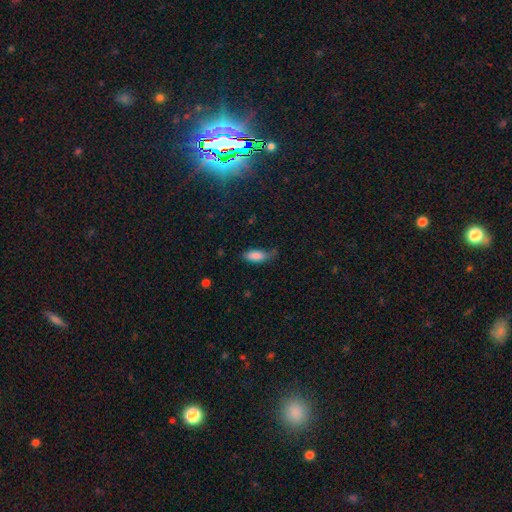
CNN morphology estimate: The model was most divided on "merging": none: 46%, minor disturbance: 36%, major disturbance: 14%, merger: 3%. More confident: how rounded — in between (83%); smooth or featured — smooth (83%).